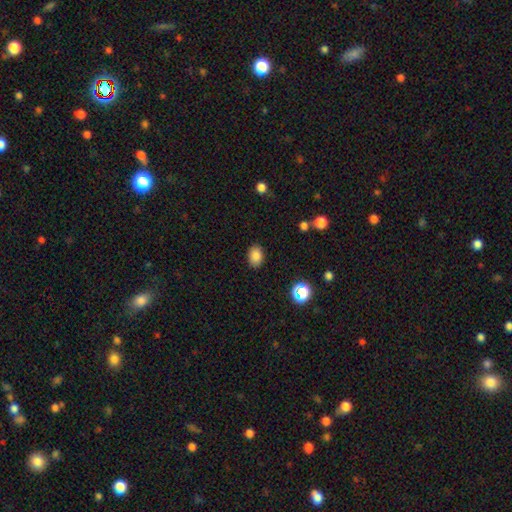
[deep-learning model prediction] smooth_or_featured: smooth (p=0.83) [alt: star or artifact p=0.11]
how_rounded: in between (p=0.74) [alt: round p=0.25]
merging: none (p=0.87) [alt: minor disturbance p=0.09]